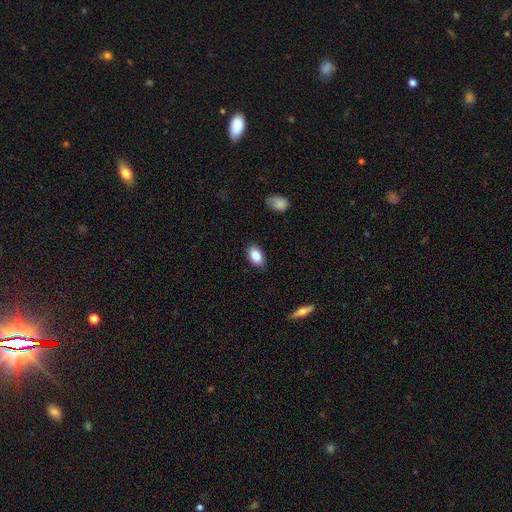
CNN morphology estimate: smooth 87%, star or artifact 7%, featured or disk 6%. Down the decision tree: how rounded — in between (90%); merging — none (84%).